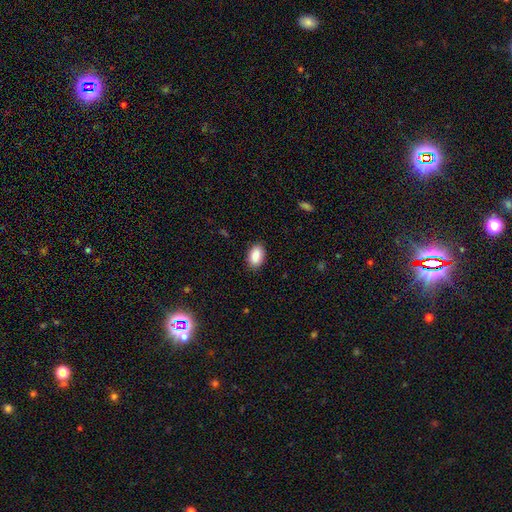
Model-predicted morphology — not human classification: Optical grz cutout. It shows a smooth galaxy with no disk features (90%) that is in between round and cigar-shaped (93%). Merging: none (87%).